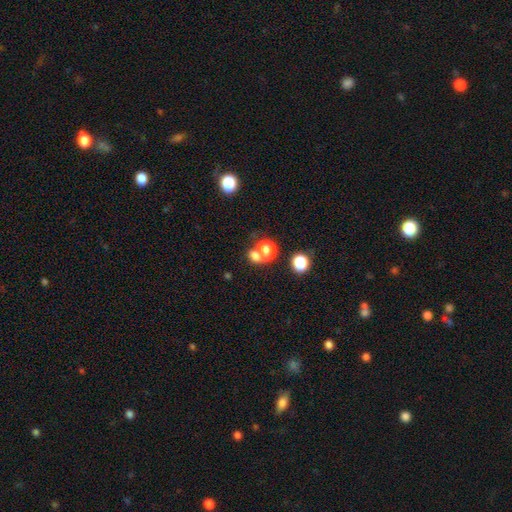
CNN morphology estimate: This is likely a smooth galaxy (71%). How rounded: likely round (63%). Merging: possibly none (46%).